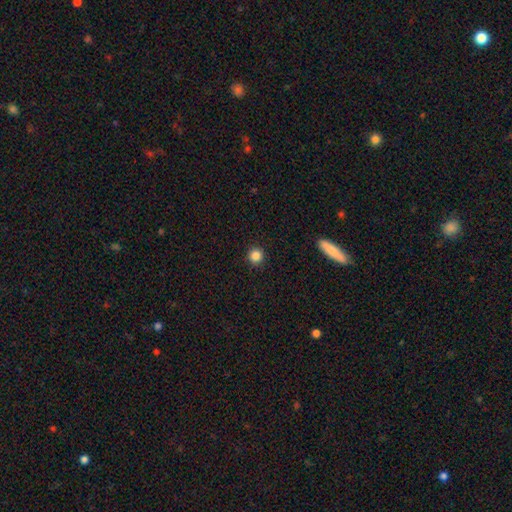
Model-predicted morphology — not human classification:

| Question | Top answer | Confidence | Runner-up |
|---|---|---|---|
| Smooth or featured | smooth | 85% | star or artifact (11%) |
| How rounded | round | 95% | in between (4%) |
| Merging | none | 93% | minor disturbance (4%) |